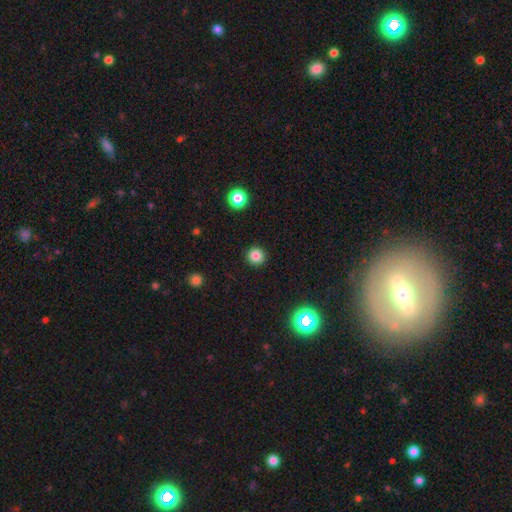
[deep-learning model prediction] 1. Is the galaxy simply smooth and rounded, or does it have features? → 83% smooth, 13% star or artifact, 4% featured or disk.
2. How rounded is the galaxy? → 95% round, 4% in between, 1% cigar-shaped.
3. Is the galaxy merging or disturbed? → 92% none, 5% minor disturbance, 2% major disturbance, 1% merger.